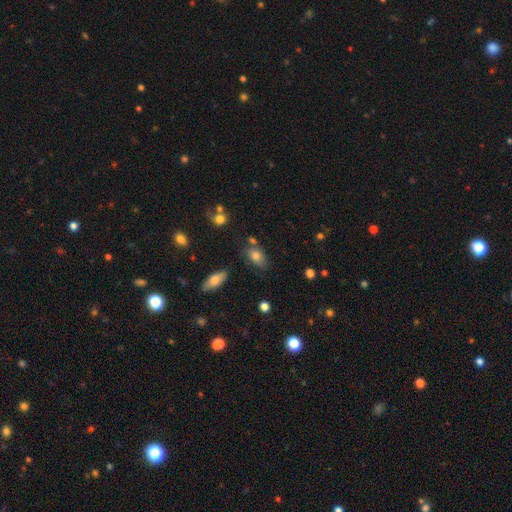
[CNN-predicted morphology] A smooth galaxy with no disk features (78%) that is in between round and cigar-shaped (85%). Merging: none (62%).